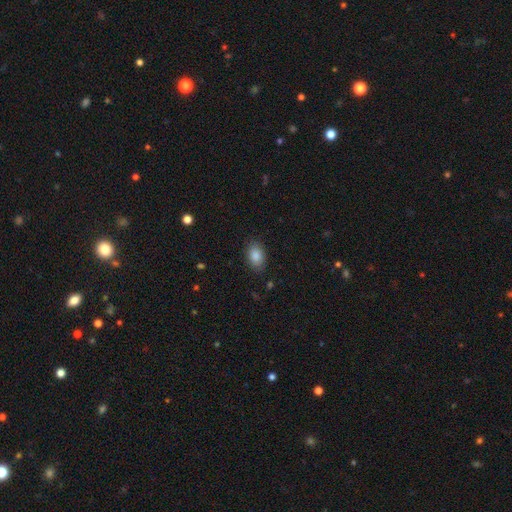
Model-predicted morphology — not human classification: This appears to be a smooth galaxy with no disk features (87%) that is in between round and cigar-shaped (87%). Merging: none (86%).